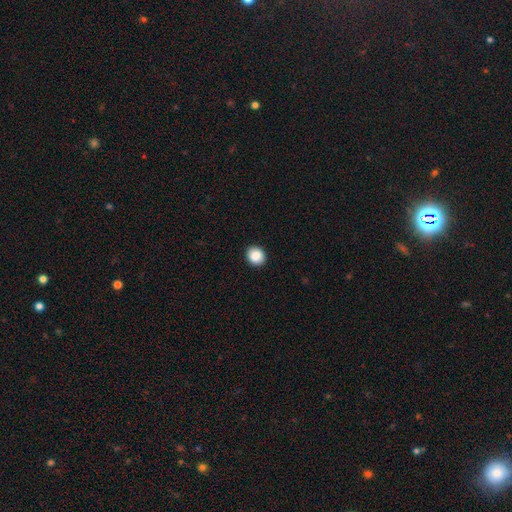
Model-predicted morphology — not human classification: This is clearly a smooth galaxy (87%). How rounded: likely round (79%). Merging: clearly none (92%).